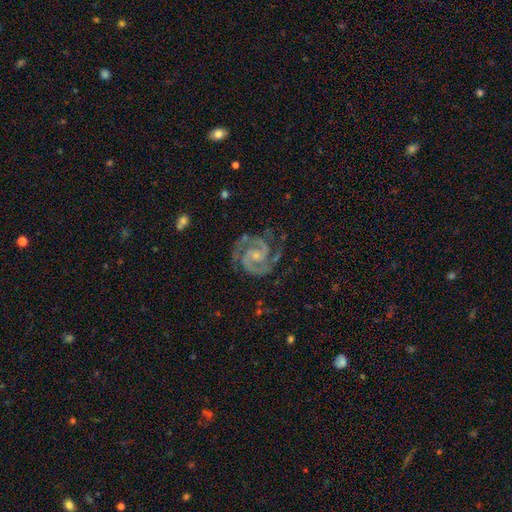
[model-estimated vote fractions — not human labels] featured or disk 93%, star or artifact 4%, smooth 3%. Down the decision tree: edge-on disk — no (98%); bar — no (61%); spiral arms — yes (99%); spiral arm count — 2 (91%); spiral winding — tight (54%); bulge size — small (70%); merging — none (77%).